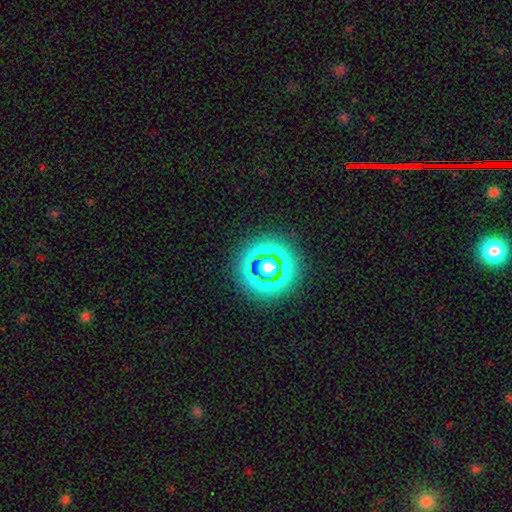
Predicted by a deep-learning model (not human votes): Smooth or featured? Predicted: star or artifact (p=0.73).